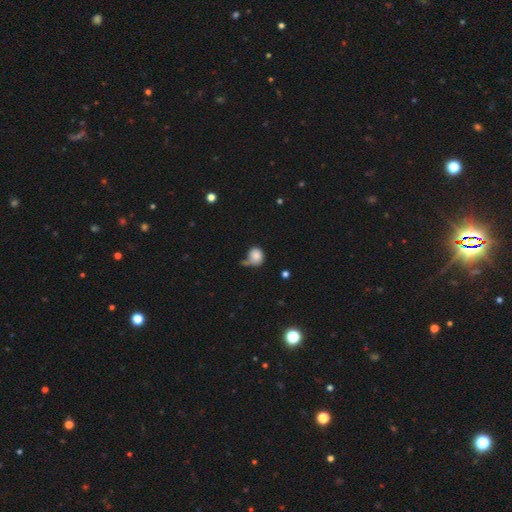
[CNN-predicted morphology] type=smooth (81%); roundness=round (77%); merging=none (40%).